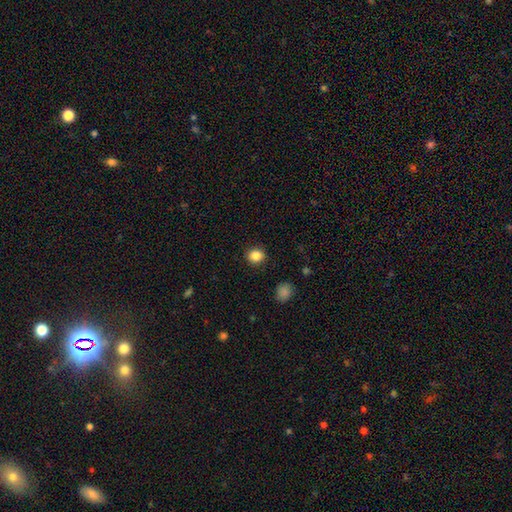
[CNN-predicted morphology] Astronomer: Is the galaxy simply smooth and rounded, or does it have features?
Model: smooth — 86%.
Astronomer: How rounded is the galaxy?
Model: round — 79%.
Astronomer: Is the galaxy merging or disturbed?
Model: none — 90%.